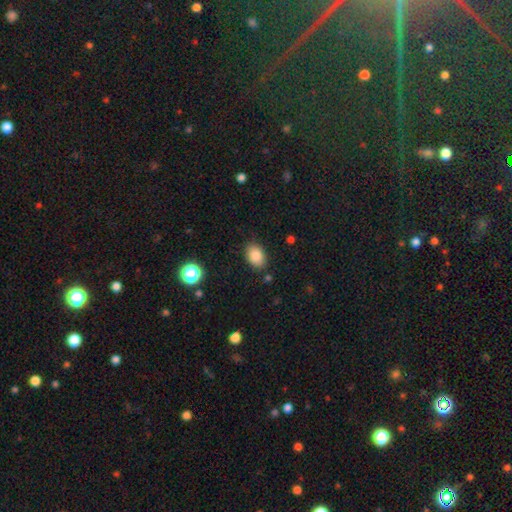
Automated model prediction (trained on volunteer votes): Q: Smooth or featured?
A: smooth (86%); runner-up: star or artifact (9%)
Q: How rounded?
A: in between (80%); runner-up: round (19%)
Q: Merging?
A: none (83%); runner-up: minor disturbance (12%)